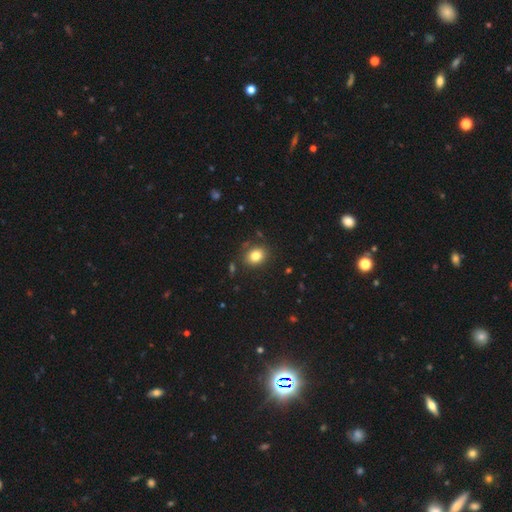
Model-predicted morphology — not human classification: A smooth galaxy with no disk features (82%) that is in between round and cigar-shaped (51%).

Vote fractions:
- Smooth or featured? smooth: 82% / star or artifact: 10% / featured or disk: 8%
- How rounded? in between: 51% / round: 48% / cigar-shaped: 1%
- Merging? none: 83% / minor disturbance: 11% / major disturbance: 3% / merger: 3%